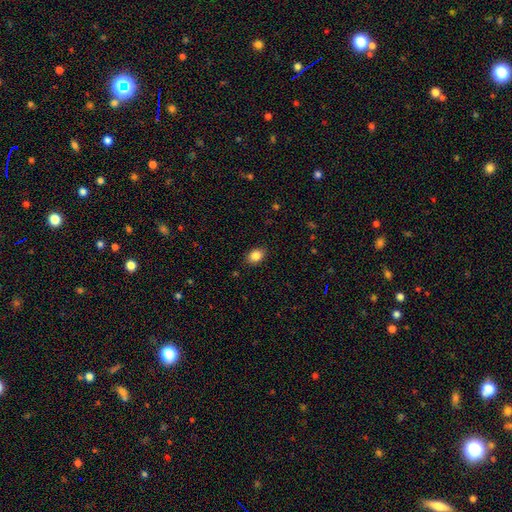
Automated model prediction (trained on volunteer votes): smooth 86%, star or artifact 9%, featured or disk 5%. Down the decision tree: how rounded — in between (68%); merging — none (87%).